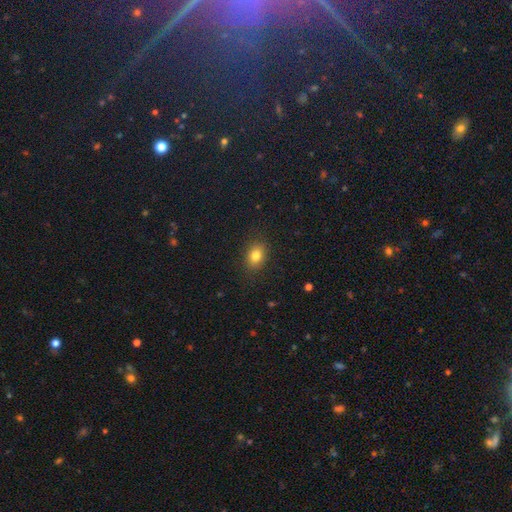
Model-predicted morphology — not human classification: smooth 81%, star or artifact 12%, featured or disk 8%. Down the decision tree: how rounded — in between (64%); merging — none (87%).